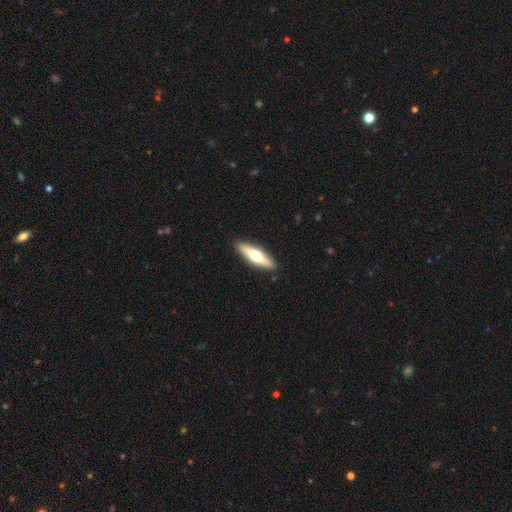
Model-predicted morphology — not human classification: Smooth or featured? featured or disk (48%)
Merging? none (90%)